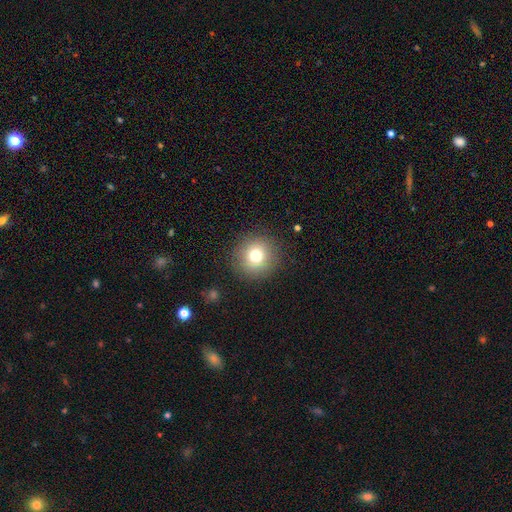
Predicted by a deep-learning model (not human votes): A smooth galaxy with no disk features (76%) that is round (94%). Merging: none (89%).